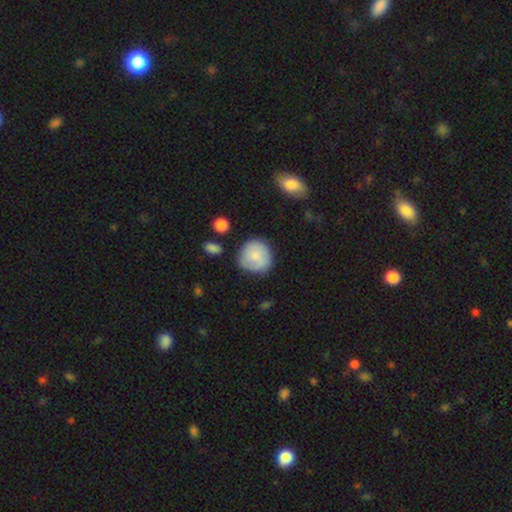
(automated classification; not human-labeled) smooth_or_featured: smooth (p=0.75) [alt: featured or disk p=0.18]
how_rounded: round (p=0.89) [alt: in between p=0.10]
merging: none (p=0.72) [alt: minor disturbance p=0.19]